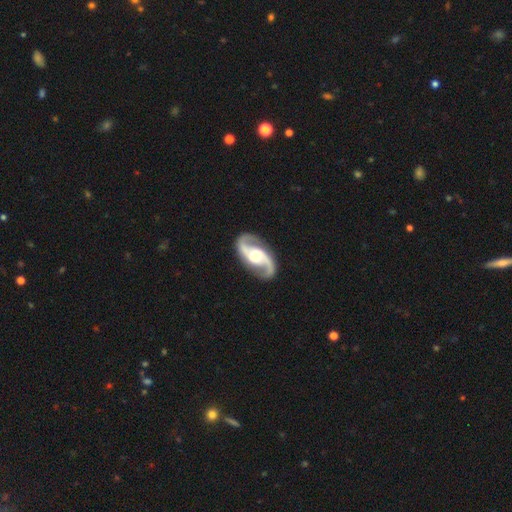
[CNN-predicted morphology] smooth-or-featured: featured or disk: 93% | smooth: 4% | star or artifact: 3%
  disk-edge-on: no: 98% | yes: 2%
    bar: no: 40% | weak: 37% | strong: 23%
    has-spiral-arms: yes: 98% | no: 2%
      spiral-winding: medium: 52% | loose: 36% | tight: 12%
      spiral-arm-count: 2: 95% | can't tell: 1% | 1: 1% | 3: 1% | 4: 1% | more than 4: 1%
    bulge-size: moderate: 65% | large: 17% | small: 15% | none: 2% | dominant: 2%
  merging: none: 88% | minor disturbance: 8% | major disturbance: 3% | merger: 1%